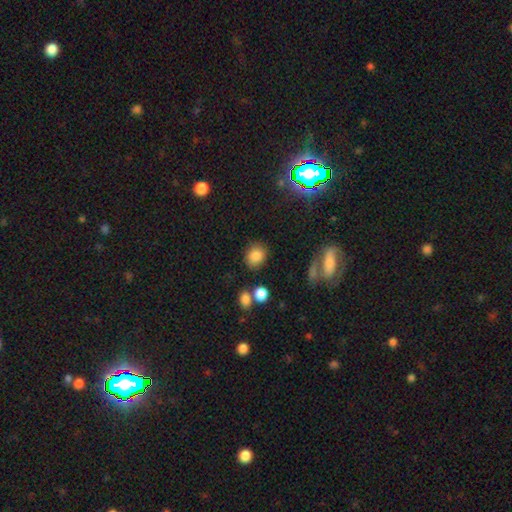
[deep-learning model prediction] Q: Smooth or featured?
A: smooth (84%); runner-up: star or artifact (10%)
Q: How rounded?
A: round (63%); runner-up: in between (35%)
Q: Merging?
A: none (80%); runner-up: minor disturbance (11%)